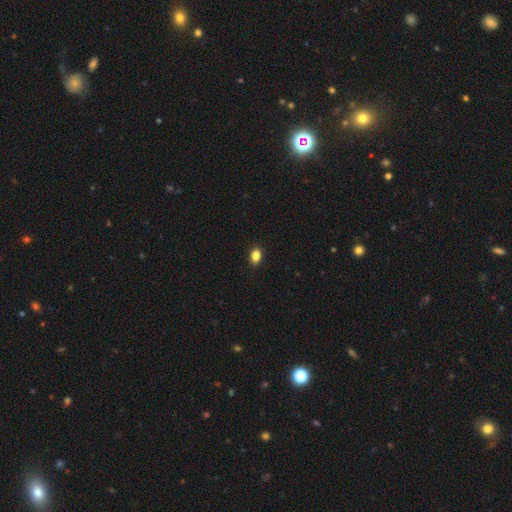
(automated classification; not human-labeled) This appears to be a smooth galaxy with no disk features (86%) that is in between round and cigar-shaped (81%). Merging: none (90%).